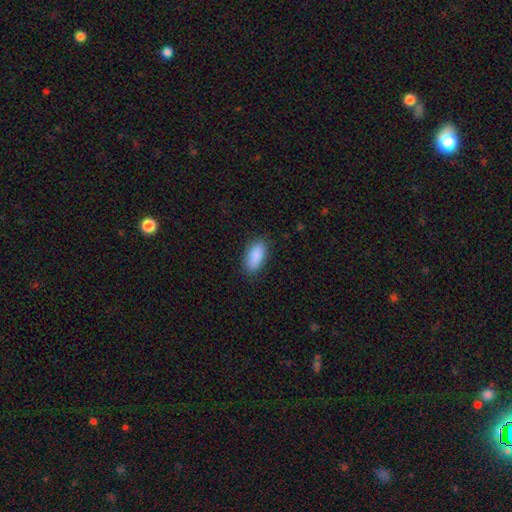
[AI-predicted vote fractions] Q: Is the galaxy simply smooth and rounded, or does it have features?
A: smooth — 89%.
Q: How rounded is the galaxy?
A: in between — 89%.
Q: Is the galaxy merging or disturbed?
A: none — 85%.